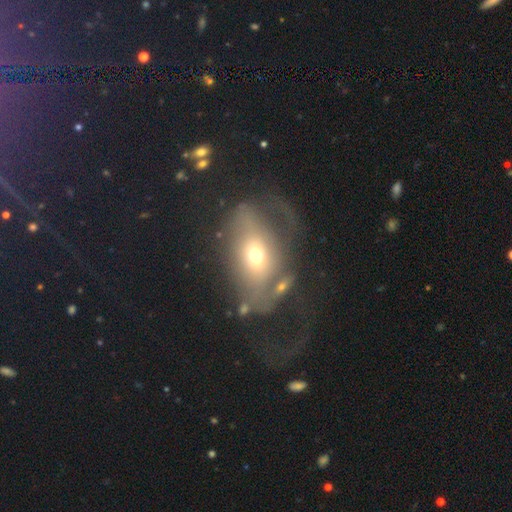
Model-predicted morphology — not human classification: The model was most divided on "smooth or featured": featured or disk: 49%, smooth: 40%, star or artifact: 11%. Remaining: merging — major disturbance (49%).